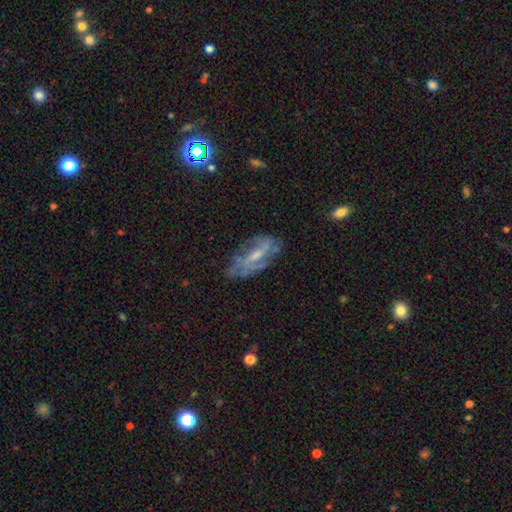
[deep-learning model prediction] Smooth or featured? featured or disk (70%)
Edge-on disk? no (88%)
Bar? weak (47%)
Spiral arms? yes (77%)
Bulge size? small (49%)
Merging? none (59%)